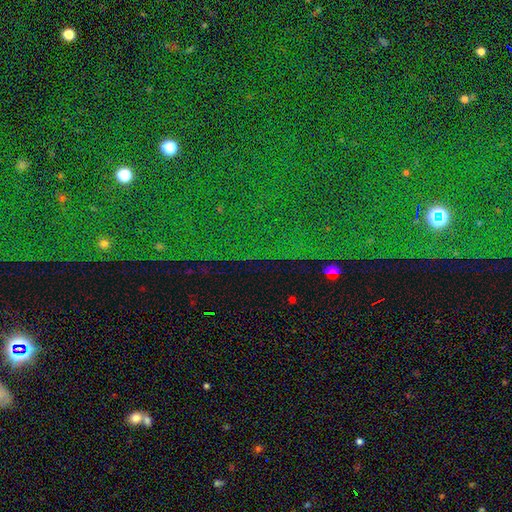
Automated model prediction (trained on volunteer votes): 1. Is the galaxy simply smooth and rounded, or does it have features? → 84% star or artifact, 8% featured or disk, 8% smooth.